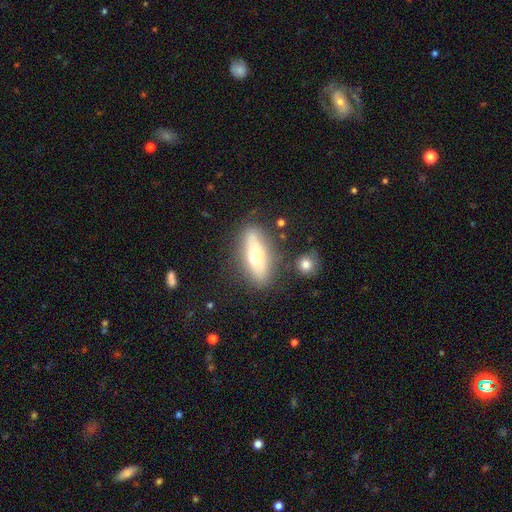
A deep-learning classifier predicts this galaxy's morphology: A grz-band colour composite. It shows a smooth galaxy with no disk features (50%) that is in between round and cigar-shaped (59%). Merging: none (76%).